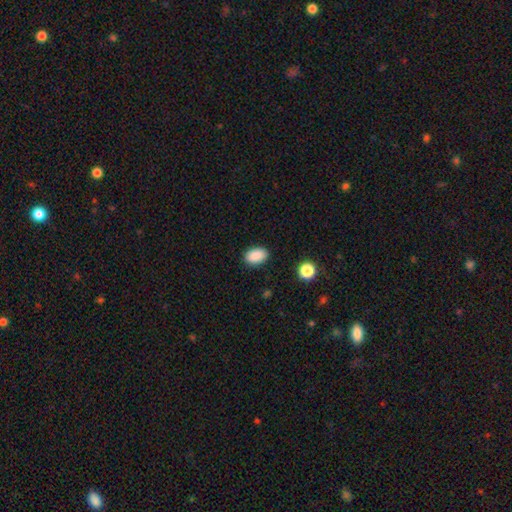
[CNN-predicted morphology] Smooth or featured?
  - smooth: 89% *
  - star or artifact: 8%
  - featured or disk: 3%
How rounded?
  - in between: 88% *
  - round: 11%
  - cigar-shaped: 1%
Merging?
  - none: 87% *
  - minor disturbance: 9%
  - major disturbance: 2%
  - merger: 1%